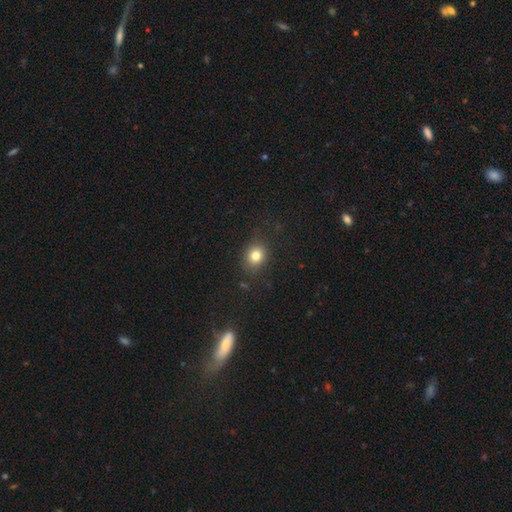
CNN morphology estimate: The model was most divided on "how rounded": round: 68%, in between: 31%, cigar-shaped: 1%. More confident: merging — none (83%); smooth or featured — smooth (79%).